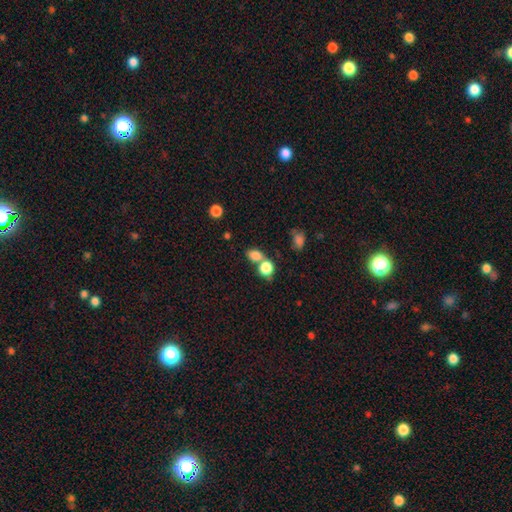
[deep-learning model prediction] The model was most divided on "merging": none: 45%, merger: 41%, minor disturbance: 10%, major disturbance: 5%. More confident: smooth or featured — smooth (79%); how rounded — in between (61%).